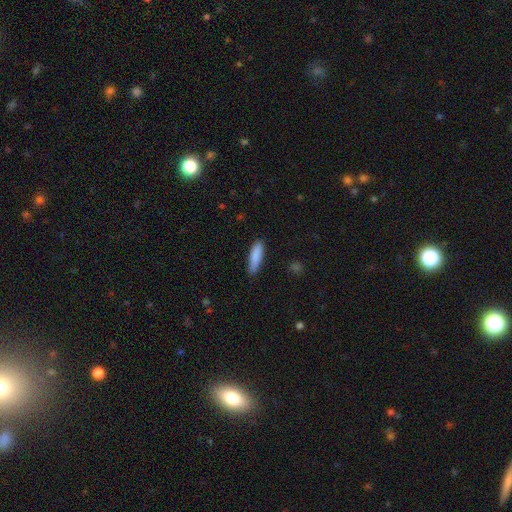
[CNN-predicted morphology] This is clearly a smooth galaxy (86%). How rounded: likely cigar-shaped (66%). Merging: clearly none (81%).